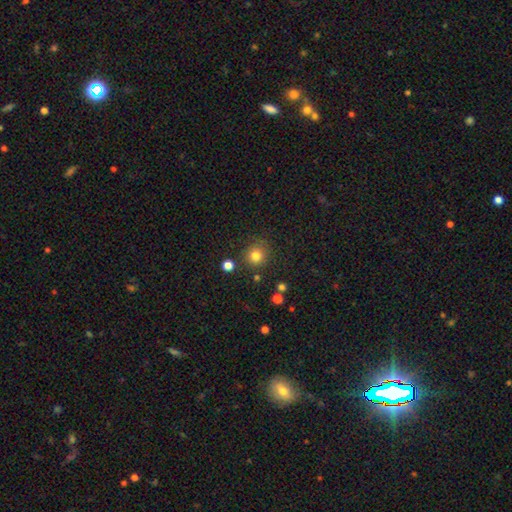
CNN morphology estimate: smooth 81%, star or artifact 14%, featured or disk 6%. Down the decision tree: how rounded — round (91%); merging — none (84%).